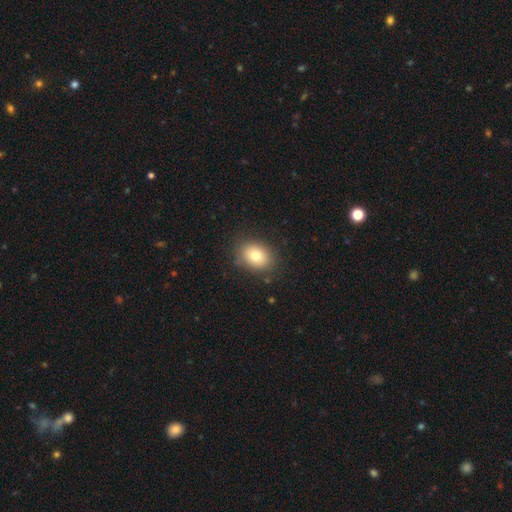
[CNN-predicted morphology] A smooth galaxy with no disk features (78%) that is in between round and cigar-shaped (61%). Merging: none (84%).